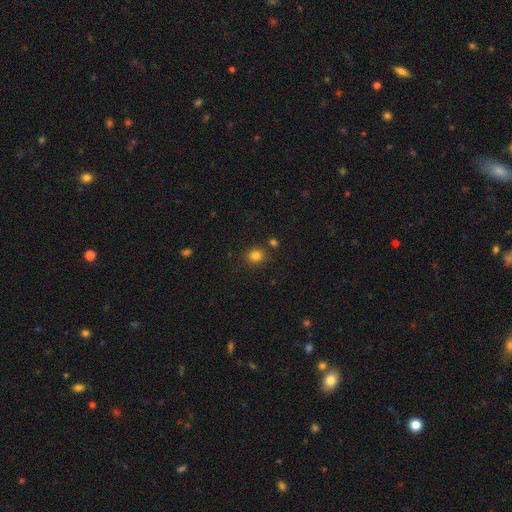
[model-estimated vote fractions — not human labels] This appears to be a smooth galaxy with no disk features (82%) that is round (82%). Merging: none (82%).